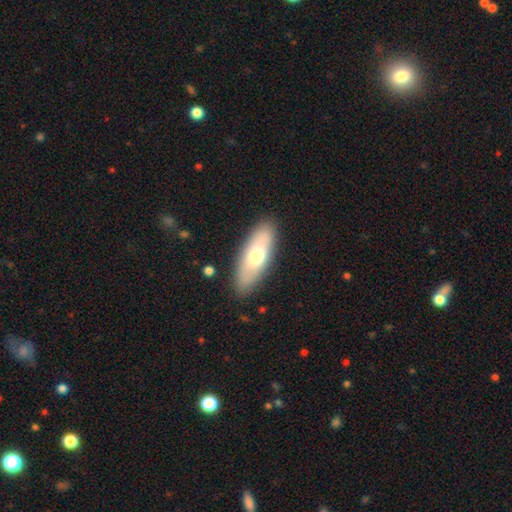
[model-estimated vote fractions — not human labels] smooth 64%, featured or disk 30%, star or artifact 6%. Down the decision tree: how rounded — in between (68%); merging — none (87%).